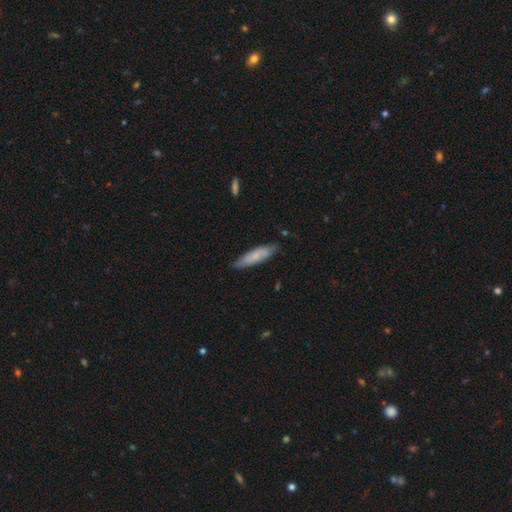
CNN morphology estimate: type=smooth (64%); roundness=cigar-shaped (65%); merging=none (74%).